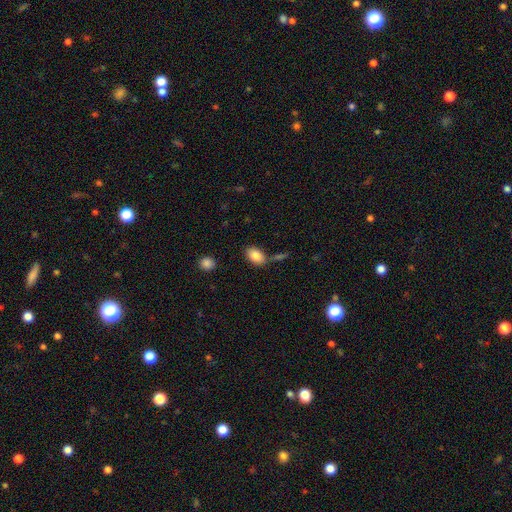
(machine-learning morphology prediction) Smooth or featured?
  - smooth: 86% *
  - star or artifact: 7%
  - featured or disk: 7%
How rounded?
  - in between: 89% *
  - round: 10%
  - cigar-shaped: 1%
Merging?
  - none: 68% *
  - minor disturbance: 14%
  - merger: 14%
  - major disturbance: 5%